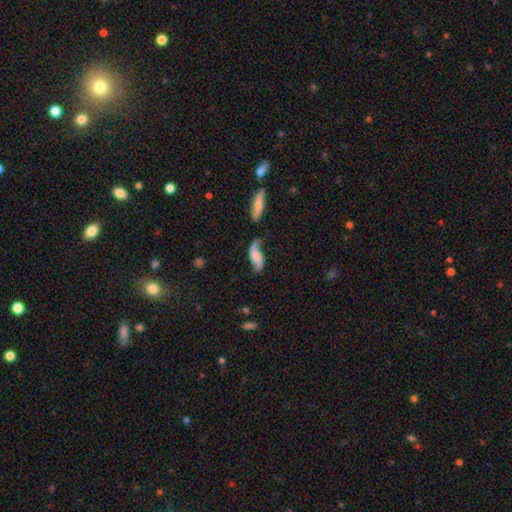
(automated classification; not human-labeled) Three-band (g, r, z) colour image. It shows a featured or disk galaxy (67%) with no bar (62%), 2 (88%) loose (84%) spiral arms (92%) and no central bulge (47%). Merging: none (53%).